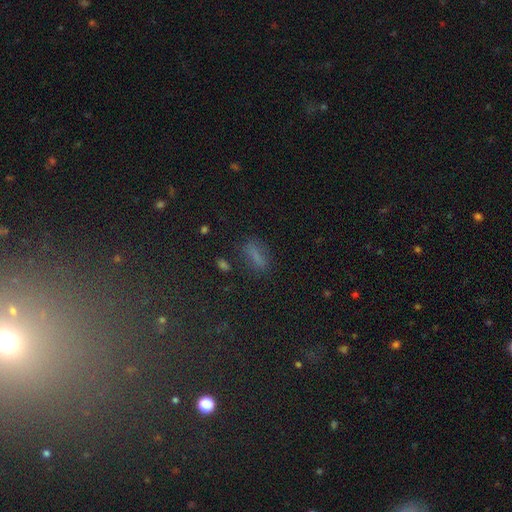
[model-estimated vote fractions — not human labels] Overall: smooth (63%; star or artifact 25%). How rounded: in between (59%; cigar-shaped 33%). Merging: none (73%).